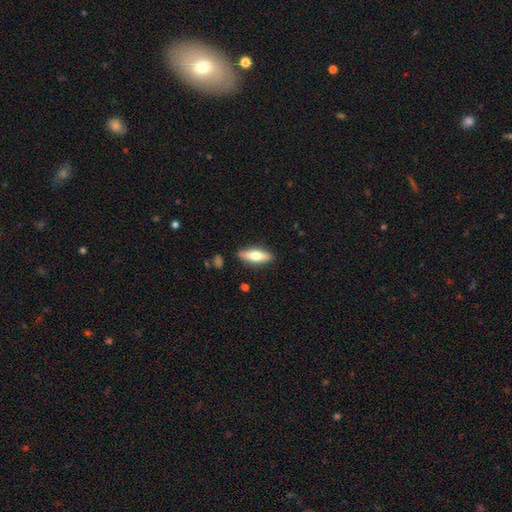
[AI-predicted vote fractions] smooth_or_featured: smooth (p=0.55) [alt: featured or disk p=0.40]
how_rounded: in between (p=0.51) [alt: cigar-shaped p=0.46]
merging: none (p=0.87) [alt: minor disturbance p=0.09]